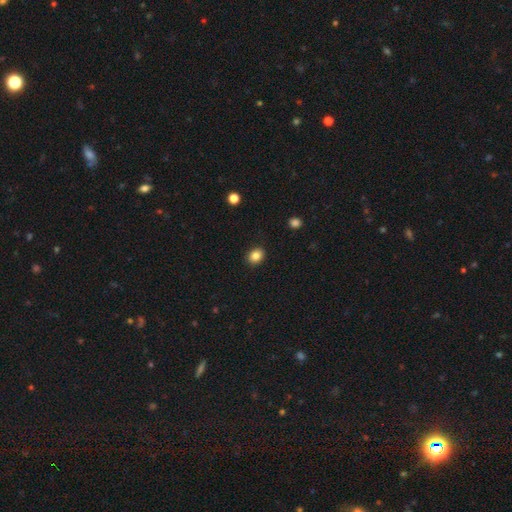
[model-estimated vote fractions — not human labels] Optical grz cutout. It shows a smooth galaxy with no disk features (85%) that is in between round and cigar-shaped (51%). Merging: none (89%).